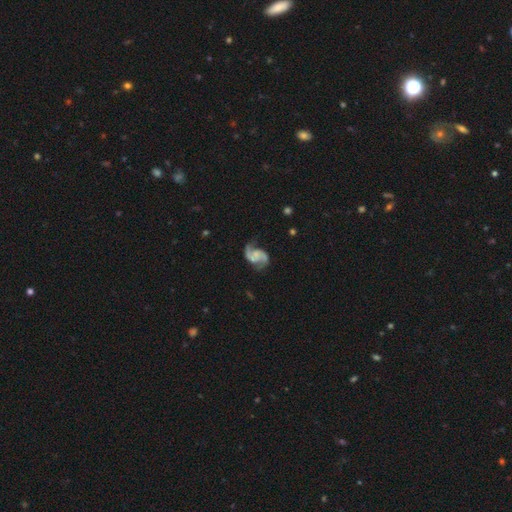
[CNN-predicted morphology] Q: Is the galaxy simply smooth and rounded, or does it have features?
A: featured or disk — 89%.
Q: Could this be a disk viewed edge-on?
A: no — 98%.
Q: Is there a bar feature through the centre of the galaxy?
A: no — 57%.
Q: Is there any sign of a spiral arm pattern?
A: yes — 97%.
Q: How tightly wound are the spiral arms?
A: medium — 48%.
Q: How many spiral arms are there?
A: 2 — 93%.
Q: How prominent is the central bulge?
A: none — 47%.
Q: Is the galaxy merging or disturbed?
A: none — 71%.